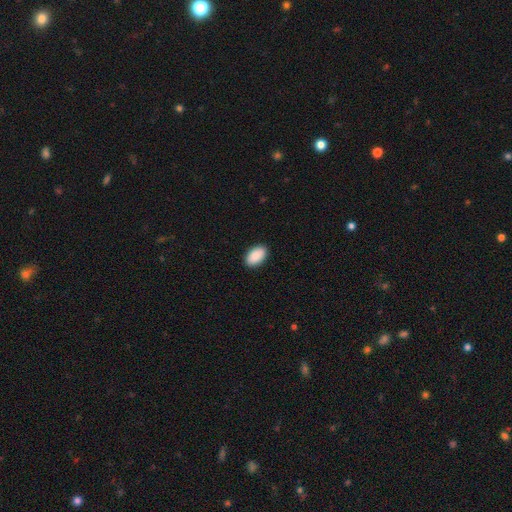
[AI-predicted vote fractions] This appears to be a smooth galaxy with no disk features (92%) that is in between round and cigar-shaped (94%). Merging: none (91%).